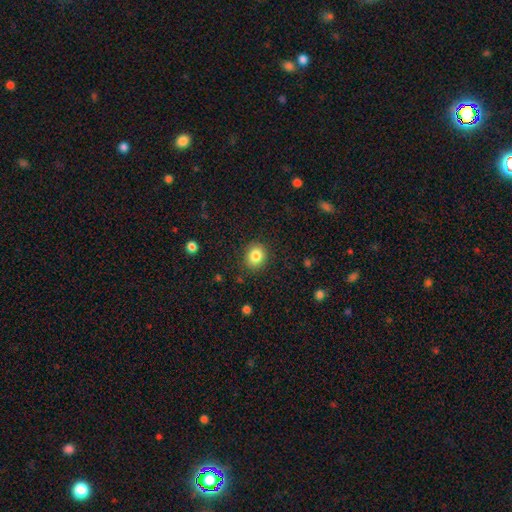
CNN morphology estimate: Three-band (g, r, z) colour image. It shows a smooth galaxy with no disk features (83%) that is round (74%). Merging: none (87%).